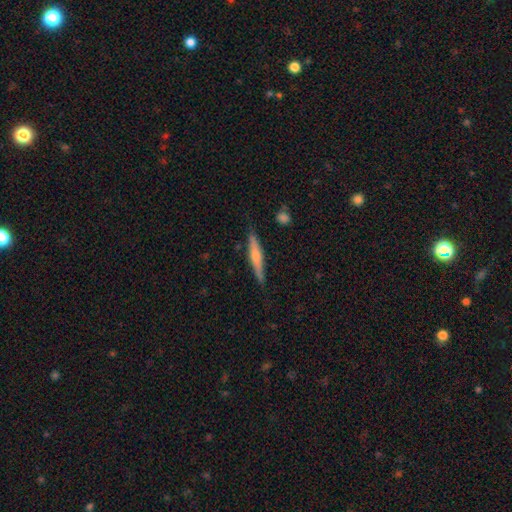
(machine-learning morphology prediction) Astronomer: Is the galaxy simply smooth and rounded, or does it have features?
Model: smooth — 47%, tied with featured or disk at 47%.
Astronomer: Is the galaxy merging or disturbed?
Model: none — 85%.